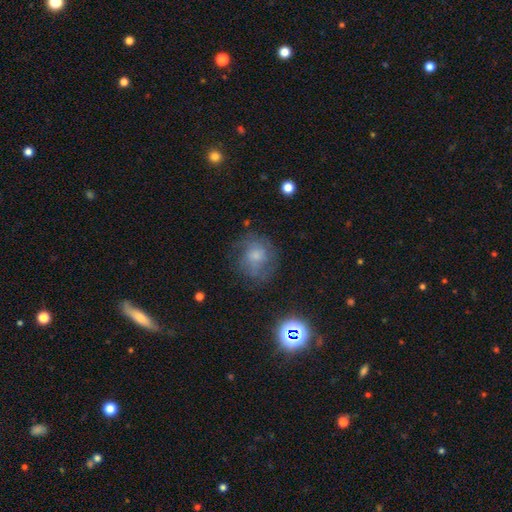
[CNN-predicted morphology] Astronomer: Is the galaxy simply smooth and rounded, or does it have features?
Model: smooth — 48% (runner-up: featured or disk, 37%).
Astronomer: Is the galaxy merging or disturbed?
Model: none — 62%.